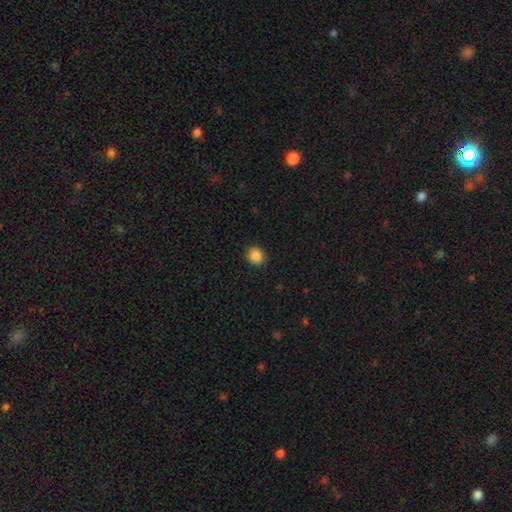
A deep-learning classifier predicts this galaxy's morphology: Smooth or featured? Predicted: smooth (p=0.87). How rounded? Predicted: round (p=0.87). Merging? Predicted: none (p=0.91).